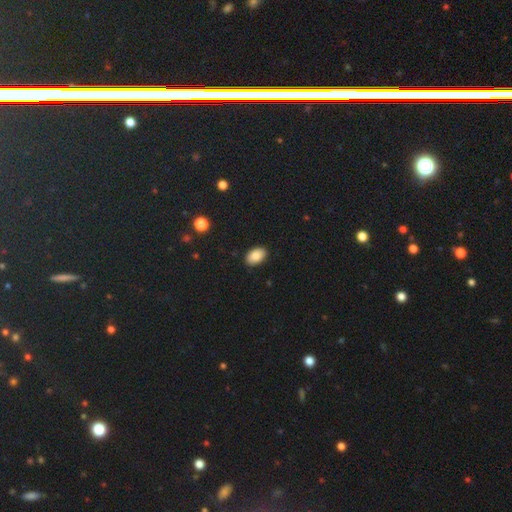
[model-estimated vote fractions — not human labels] Smooth or featured? Predicted: smooth (p=0.86). How rounded? Predicted: in between (p=0.91). Merging? Predicted: none (p=0.89).